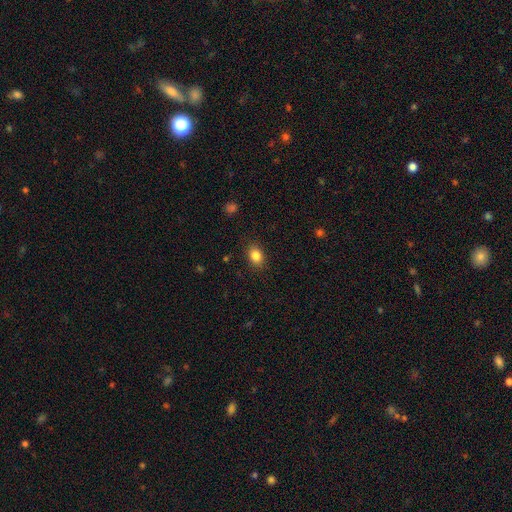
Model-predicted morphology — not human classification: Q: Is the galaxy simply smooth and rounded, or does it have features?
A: smooth — 85%.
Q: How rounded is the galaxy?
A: in between — 67%.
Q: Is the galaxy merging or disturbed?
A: none — 87%.